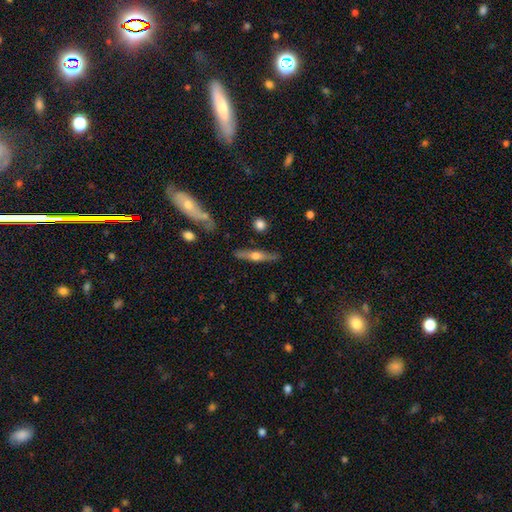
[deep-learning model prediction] A featured or disk galaxy (60%) viewed edge-on (94%) with a rounded central bulge (93%). Merging: none (85%).